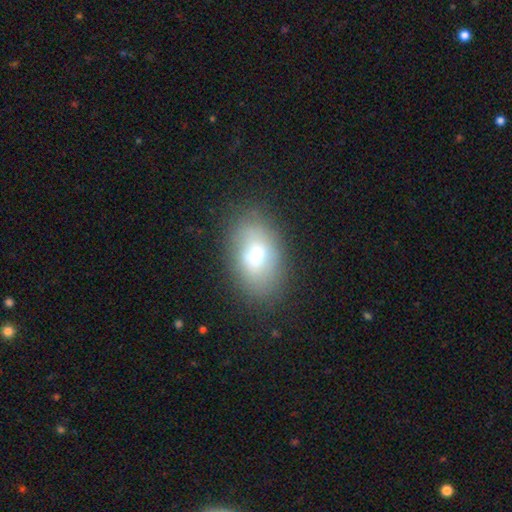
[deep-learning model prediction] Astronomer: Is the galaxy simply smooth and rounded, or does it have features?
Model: smooth — 65%.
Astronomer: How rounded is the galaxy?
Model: in between — 87%.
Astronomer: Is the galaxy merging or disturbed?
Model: none — 81%.